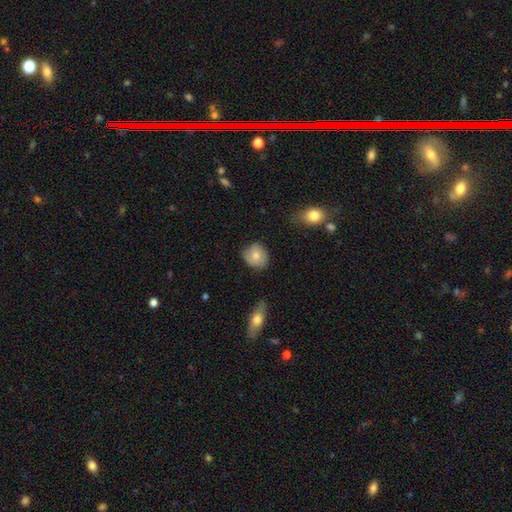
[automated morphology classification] type=smooth (75%); roundness=round (74%); merging=none (71%).